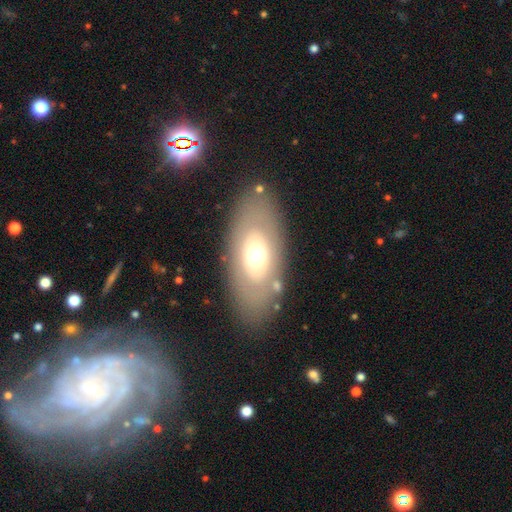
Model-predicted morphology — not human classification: Smooth or featured: smooth — 55% (featured or disk — 37%)
How rounded: in between — 89% (round — 7%)
Merging: none — 82% (minor disturbance — 10%)